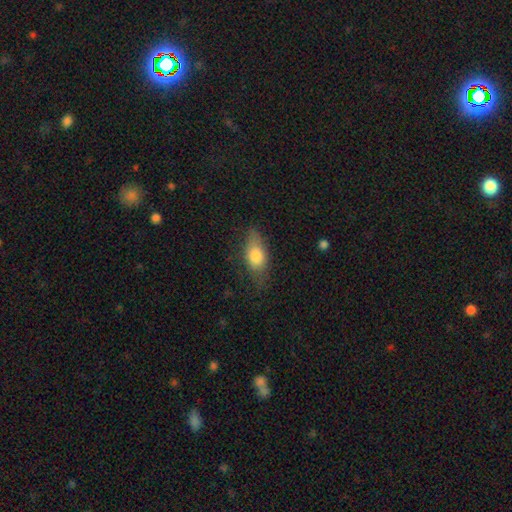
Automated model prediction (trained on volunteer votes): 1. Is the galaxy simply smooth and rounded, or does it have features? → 76% smooth, 17% featured or disk, 7% star or artifact.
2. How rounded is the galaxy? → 82% in between, 12% cigar-shaped, 7% round.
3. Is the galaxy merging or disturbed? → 63% none, 26% minor disturbance, 9% major disturbance, 2% merger.